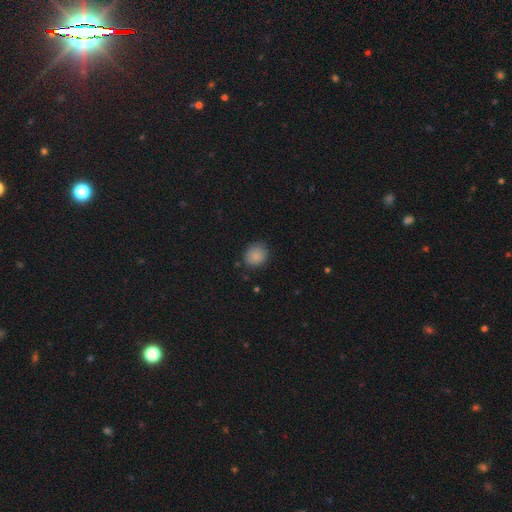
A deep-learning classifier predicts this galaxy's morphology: Overall: smooth (86%). How rounded: round (80%). Merging: none (85%).